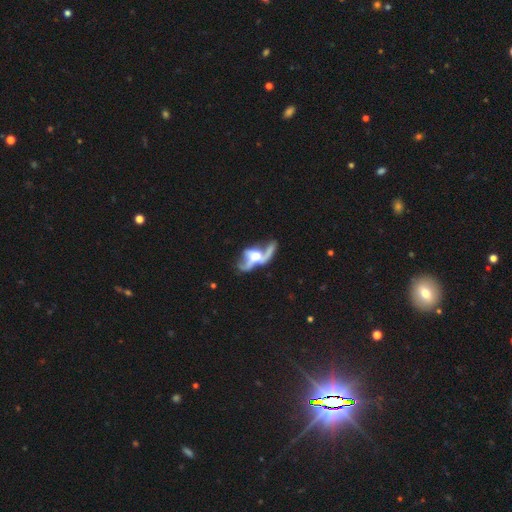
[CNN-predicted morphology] This appears to be a featured or disk galaxy (71%) with no bar (70%), no spiral arms (51%) and a moderate central bulge (59%). Merging: major disturbance (36%).